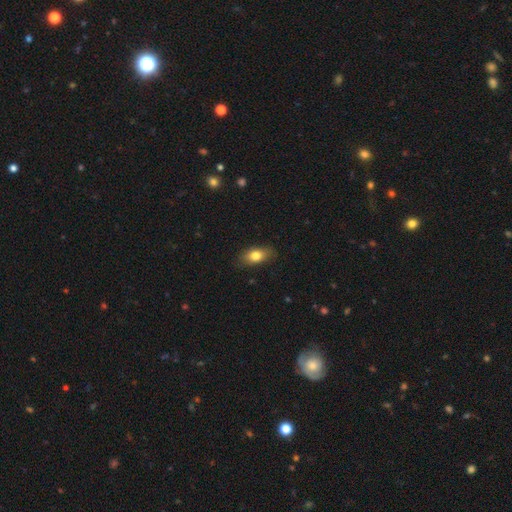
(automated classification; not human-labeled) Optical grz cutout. It shows a smooth galaxy with no disk features (79%) that is in between round and cigar-shaped (84%). Merging: none (83%).